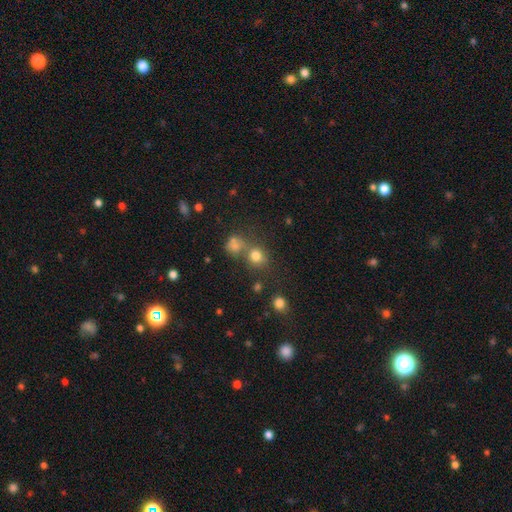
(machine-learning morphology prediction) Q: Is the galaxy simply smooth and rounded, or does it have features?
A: smooth — 74%.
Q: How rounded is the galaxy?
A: round — 77%.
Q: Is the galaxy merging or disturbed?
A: none — 57%.